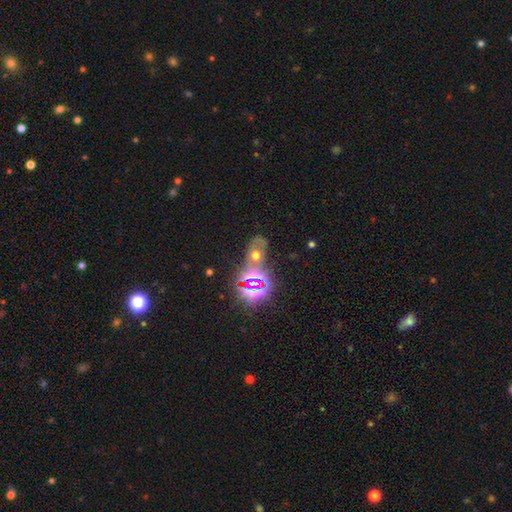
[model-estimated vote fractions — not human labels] Smooth or featured? star or artifact (41%)